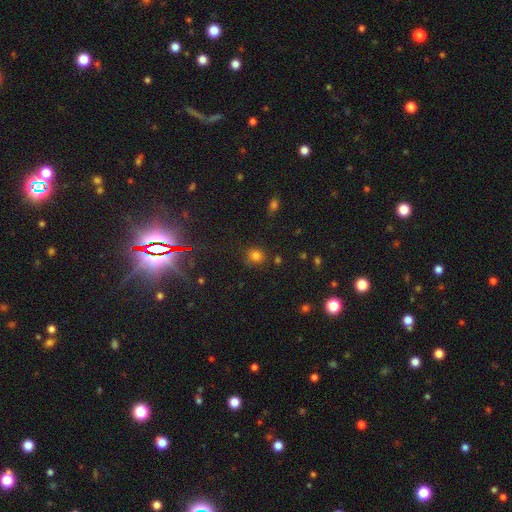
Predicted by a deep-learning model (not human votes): Smooth or featured? Predicted: smooth (p=0.76). How rounded? Predicted: round (p=0.83). Merging? Predicted: none (p=0.80).